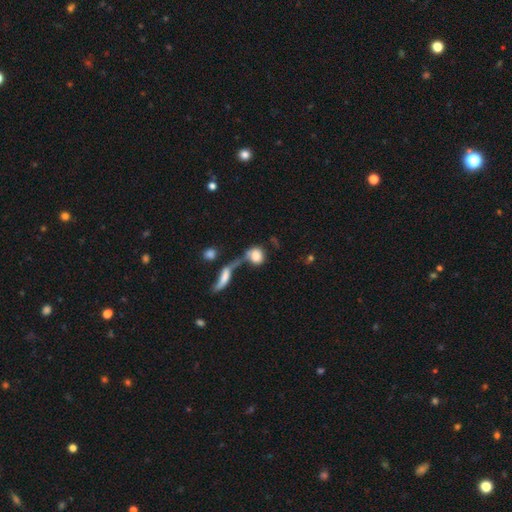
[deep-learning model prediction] smooth 72%, featured or disk 20%, star or artifact 9%. Down the decision tree: how rounded — round (57%); merging — merger (55%).